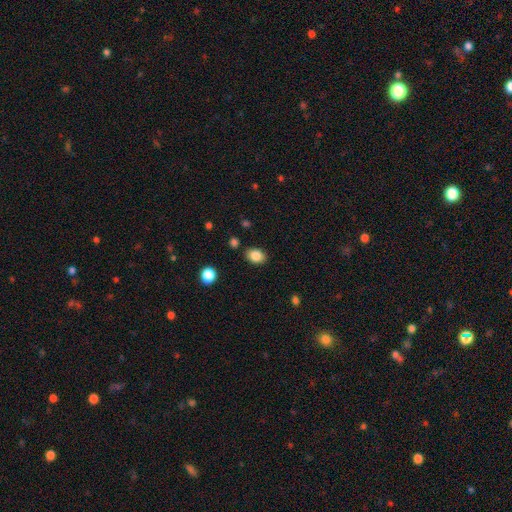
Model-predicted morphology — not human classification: A smooth galaxy with no disk features (85%) that is in between round and cigar-shaped (75%).

Vote fractions:
- Smooth or featured? smooth: 85% / star or artifact: 9% / featured or disk: 6%
- How rounded? in between: 75% / round: 24% / cigar-shaped: 1%
- Merging? none: 84% / minor disturbance: 10% / merger: 3% / major disturbance: 3%